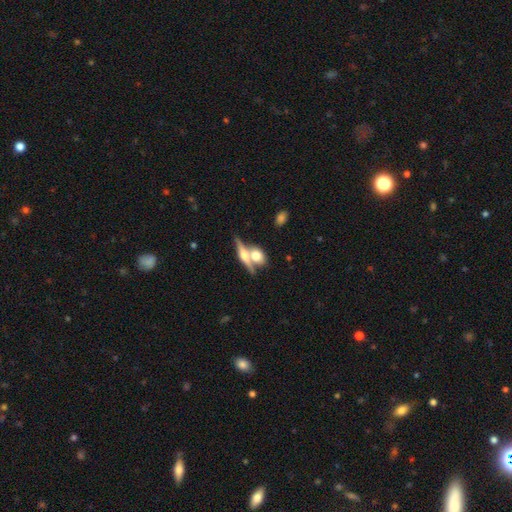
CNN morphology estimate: This is possibly a smooth galaxy (51%). How rounded: possibly in between (48%). Merging: possibly merger (46%).